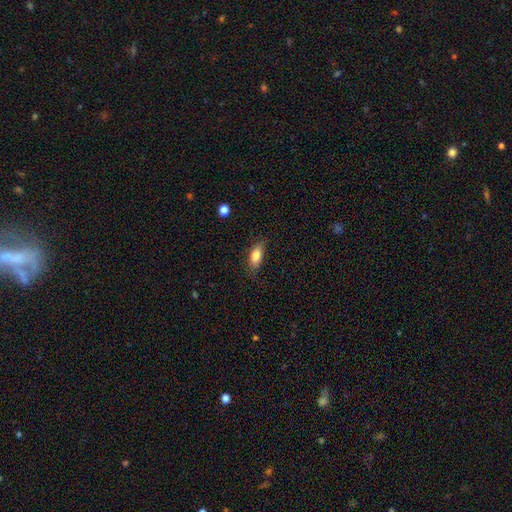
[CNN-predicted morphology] smooth 81%, featured or disk 11%, star or artifact 8%. Down the decision tree: how rounded — in between (82%); merging — none (76%).